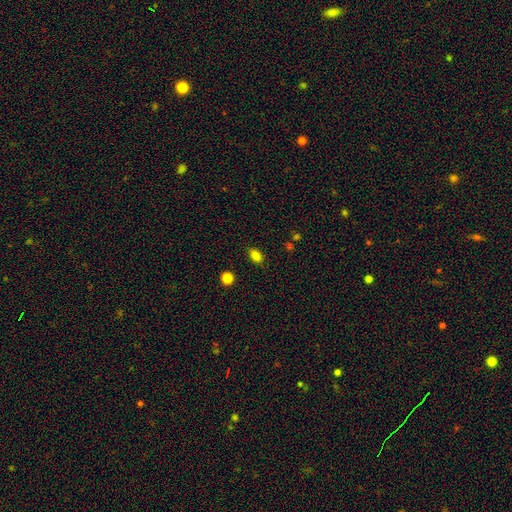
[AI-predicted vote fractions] Morphology: type=smooth (83%); roundness=in between (82%); merging=none (87%).